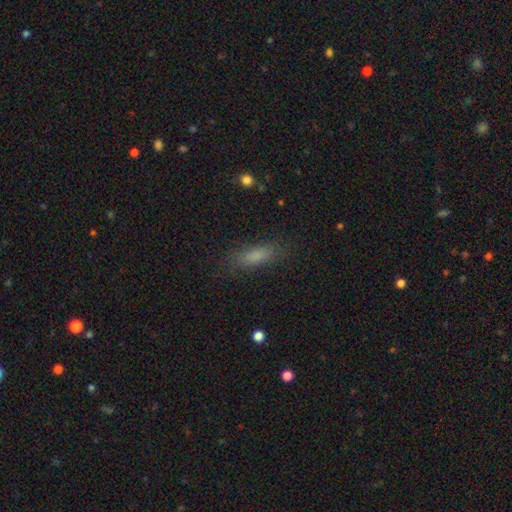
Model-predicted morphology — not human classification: A smooth galaxy with no disk features (77%) that is cigar-shaped (51%). Merging: none (83%).